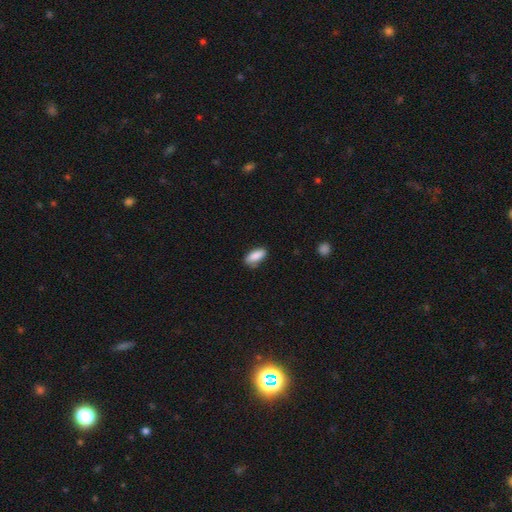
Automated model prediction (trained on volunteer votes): smooth 88%, star or artifact 7%, featured or disk 5%. Down the decision tree: how rounded — in between (84%); merging — none (76%).